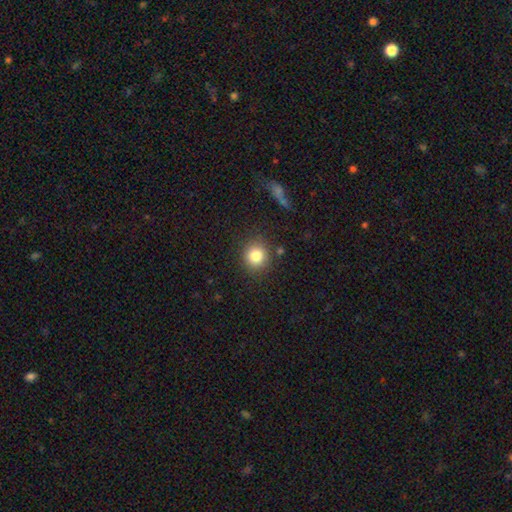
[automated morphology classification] smooth 83%, star or artifact 11%, featured or disk 6%. Down the decision tree: how rounded — round (89%); merging — none (86%).